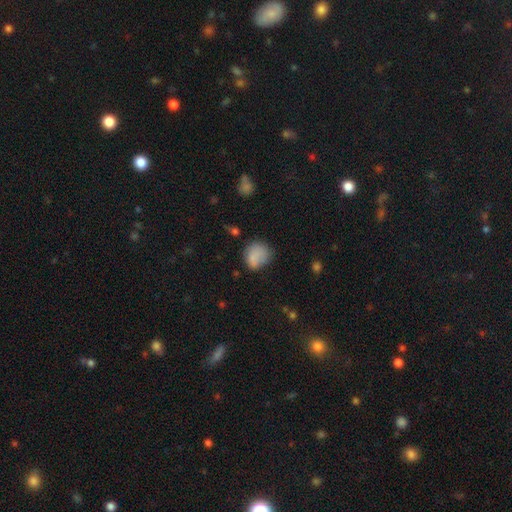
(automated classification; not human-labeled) This appears to be a smooth galaxy with no disk features (81%) that is round (69%). Merging: none (58%).